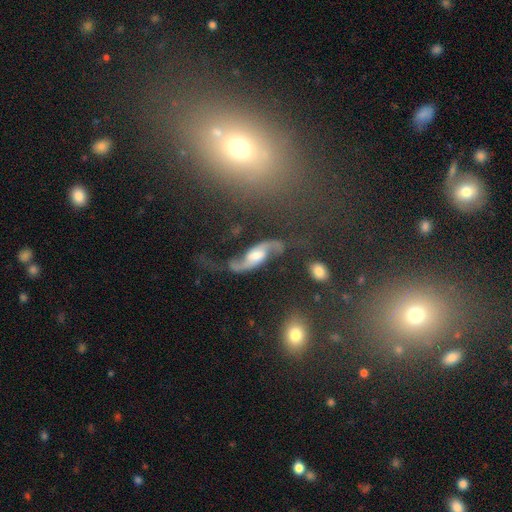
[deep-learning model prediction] featured or disk 86%, smooth 8%, star or artifact 6%. Down the decision tree: edge-on disk — no (92%); bar — no (48%); spiral arms — yes (96%); spiral arm count — 2 (93%); spiral winding — loose (77%); bulge size — moderate (49%); merging — none (63%).